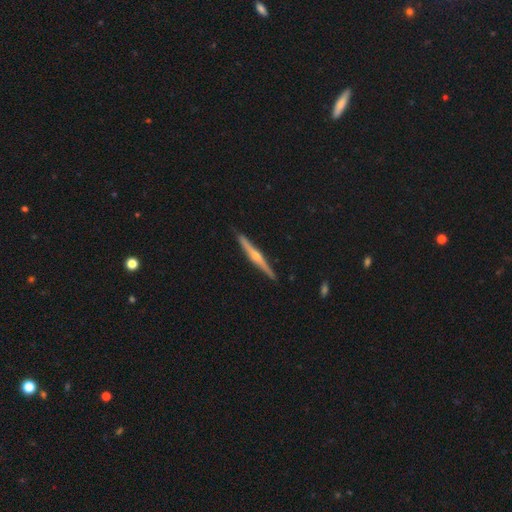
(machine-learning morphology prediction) Smooth or featured? Predicted: featured or disk (p=0.79). Edge-on disk? Predicted: yes (p=0.98). Edge-on bulge? Predicted: rounded (p=0.89). Merging? Predicted: none (p=0.91).